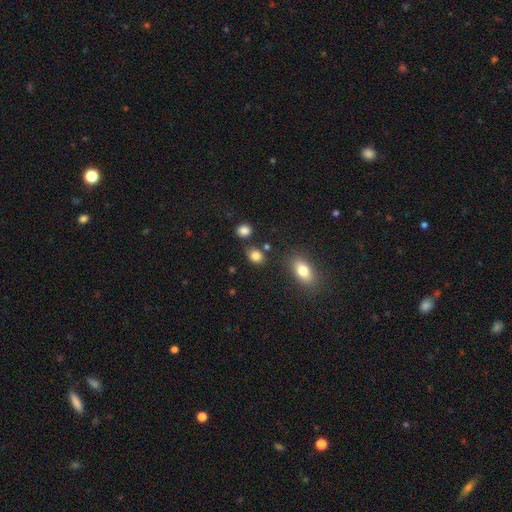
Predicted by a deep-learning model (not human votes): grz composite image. It shows a smooth galaxy with no disk features (84%) that is in between round and cigar-shaped (59%). Merging: none (74%).